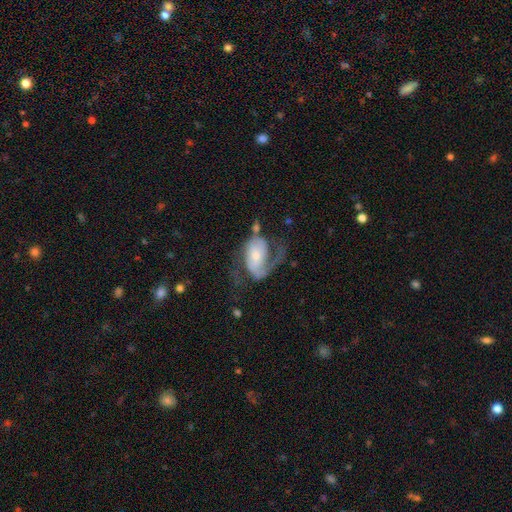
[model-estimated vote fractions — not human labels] smooth-or-featured: featured or disk: 71% | smooth: 23% | star or artifact: 6%
  disk-edge-on: no: 96% | yes: 4%
    bar: no: 60% | weak: 28% | strong: 11%
    has-spiral-arms: yes: 84% | no: 16%
      spiral-winding: loose: 45% | medium: 38% | tight: 17%
      spiral-arm-count: 2: 54% | 1: 34% | can't tell: 8% | 3: 2% | 4: 1% | more than 4: 1%
    bulge-size: small: 54% | moderate: 36% | large: 5% | none: 3% | dominant: 2%
  merging: major disturbance: 43% | none: 31% | minor disturbance: 19% | merger: 6%